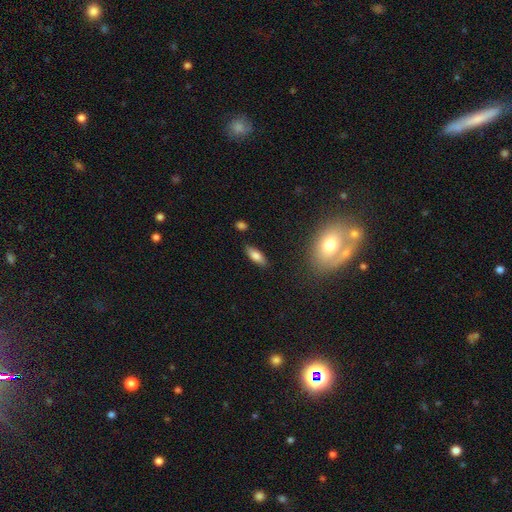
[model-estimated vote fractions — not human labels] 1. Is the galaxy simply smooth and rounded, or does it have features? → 76% smooth, 16% featured or disk, 8% star or artifact.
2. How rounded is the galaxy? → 72% in between, 25% cigar-shaped, 3% round.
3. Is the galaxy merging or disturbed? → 85% none, 10% minor disturbance, 2% major disturbance, 2% merger.